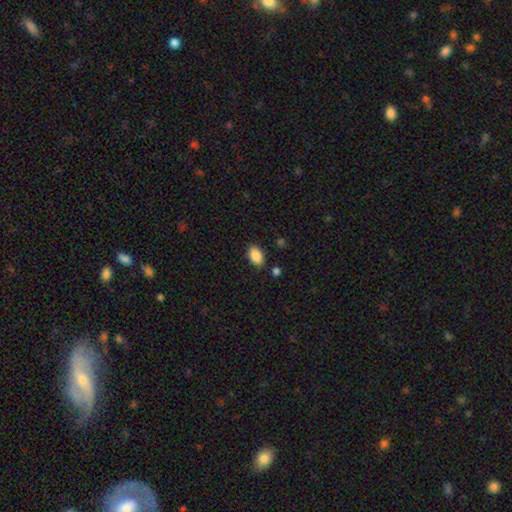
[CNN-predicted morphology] smooth-or-featured: smooth: 89% | star or artifact: 7% | featured or disk: 4%
  how-rounded: in between: 92% | round: 6% | cigar-shaped: 2%
  merging: none: 85% | minor disturbance: 10% | merger: 3% | major disturbance: 2%